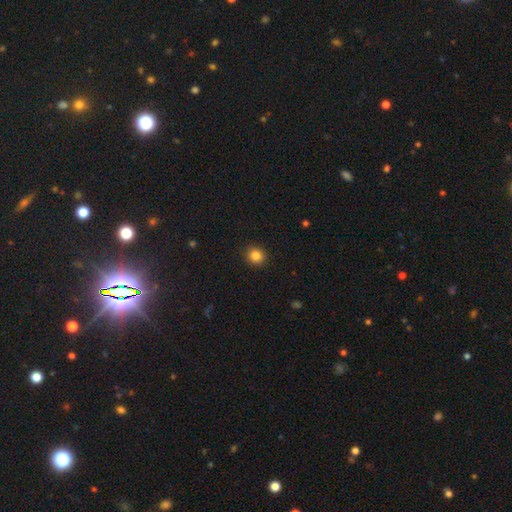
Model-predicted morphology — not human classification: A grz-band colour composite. It shows a smooth galaxy with no disk features (85%) that is round (81%). Merging: none (91%).